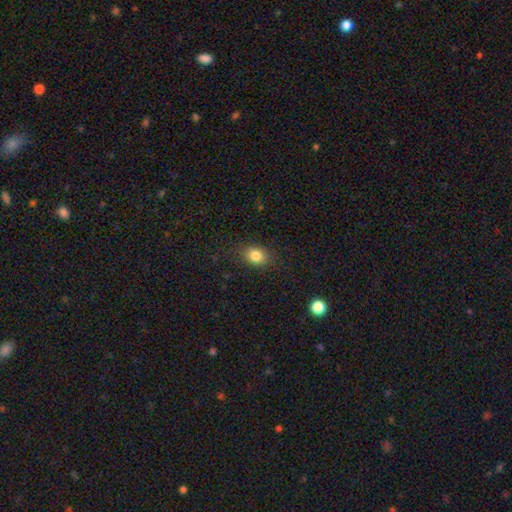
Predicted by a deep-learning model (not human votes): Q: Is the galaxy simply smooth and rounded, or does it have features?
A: smooth — 83%.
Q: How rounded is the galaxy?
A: in between — 57%.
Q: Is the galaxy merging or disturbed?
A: none — 84%.